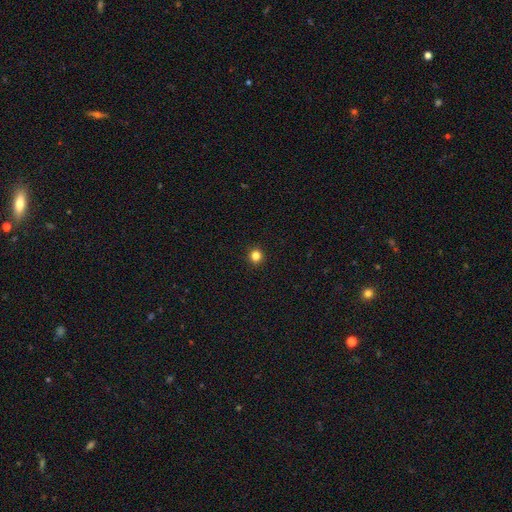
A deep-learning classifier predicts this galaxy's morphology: Smooth or featured? Predicted: smooth (p=0.83). How rounded? Predicted: round (p=0.93). Merging? Predicted: none (p=0.93).